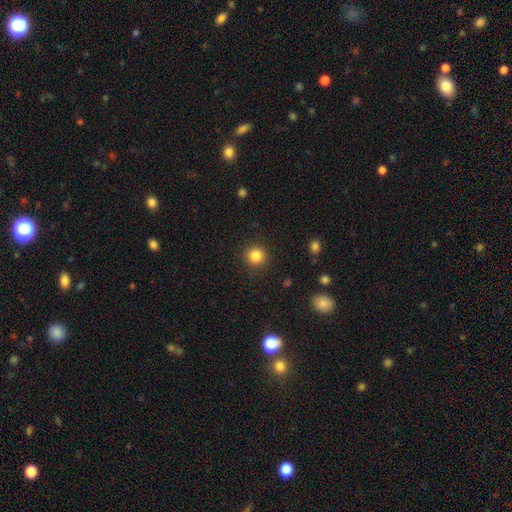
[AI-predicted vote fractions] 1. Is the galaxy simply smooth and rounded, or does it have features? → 85% smooth, 11% star or artifact, 4% featured or disk.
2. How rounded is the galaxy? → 94% round, 5% in between, 1% cigar-shaped.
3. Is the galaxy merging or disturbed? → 90% none, 6% minor disturbance, 2% major disturbance, 1% merger.